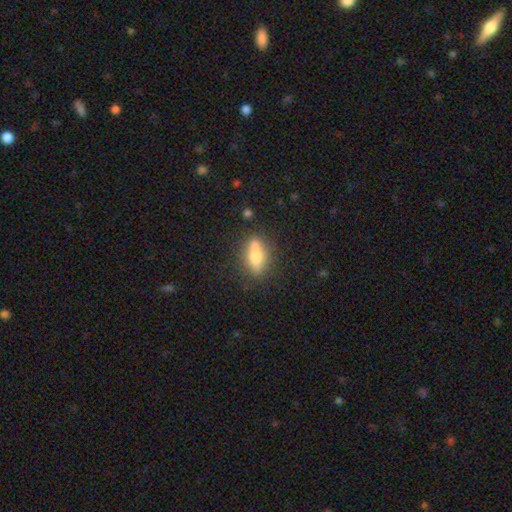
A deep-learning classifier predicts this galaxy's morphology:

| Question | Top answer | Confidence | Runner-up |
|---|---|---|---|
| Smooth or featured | smooth | 63% | featured or disk (28%) |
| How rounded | in between | 72% | cigar-shaped (20%) |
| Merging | none | 64% | minor disturbance (16%) |